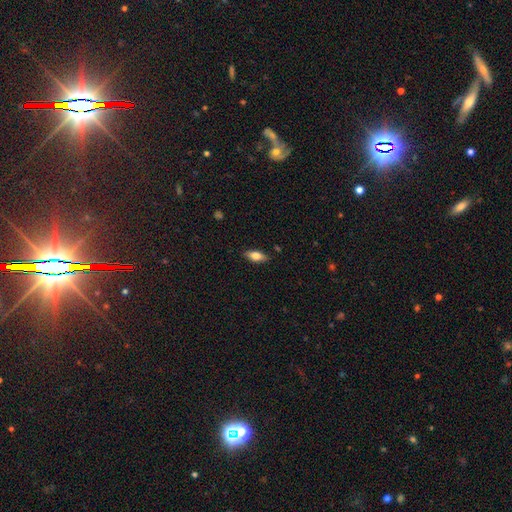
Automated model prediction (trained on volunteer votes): This is likely a smooth galaxy (73%). How rounded: clearly in between (81%). Merging: clearly none (86%).